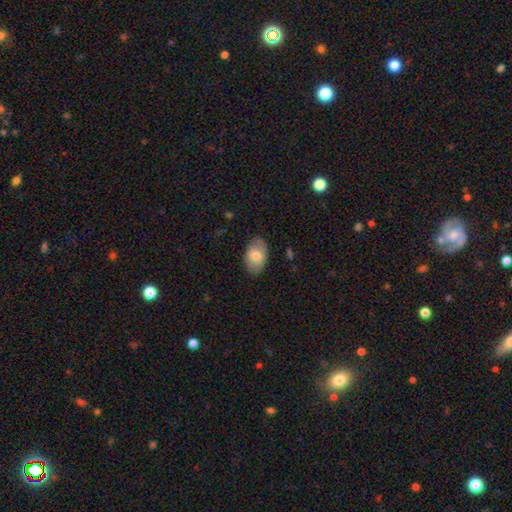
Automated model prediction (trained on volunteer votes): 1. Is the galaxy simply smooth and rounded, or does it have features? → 75% smooth, 18% featured or disk, 6% star or artifact.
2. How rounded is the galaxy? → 92% in between, 7% round, 1% cigar-shaped.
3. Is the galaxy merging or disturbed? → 84% none, 12% minor disturbance, 3% major disturbance, 1% merger.